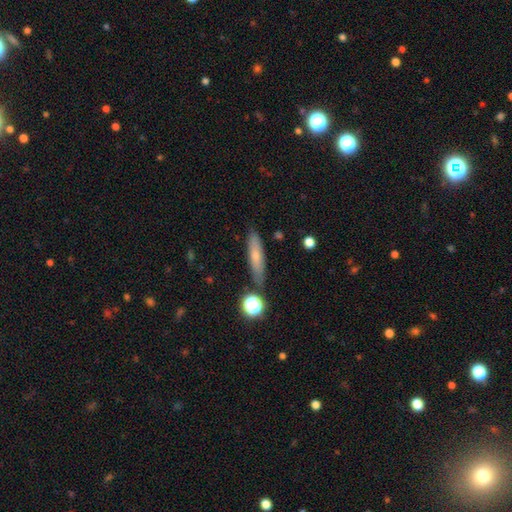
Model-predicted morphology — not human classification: A smooth galaxy with no disk features (65%) that is cigar-shaped (77%). Merging: none (81%).